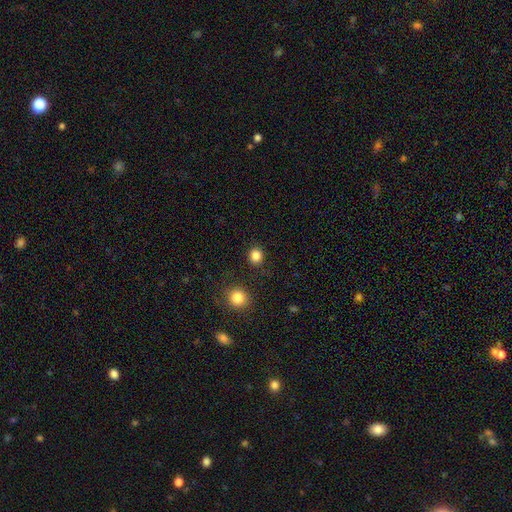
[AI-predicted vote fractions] The model was most divided on "how rounded": round: 84%, in between: 15%, cigar-shaped: 1%. More confident: merging — none (88%); smooth or featured — smooth (84%).